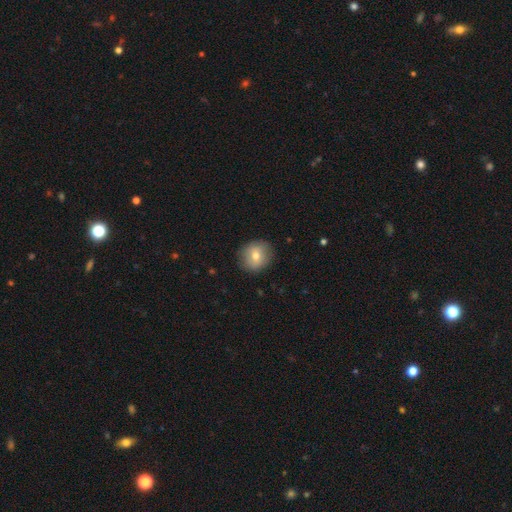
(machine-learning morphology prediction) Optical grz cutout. It shows a smooth galaxy with no disk features (71%) that is round (82%). Merging: none (86%).